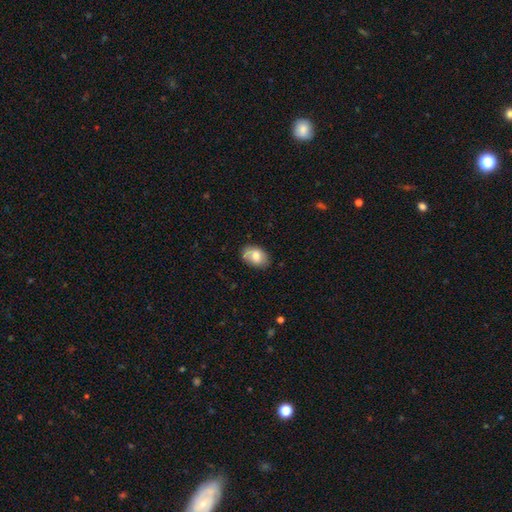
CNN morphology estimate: The model was most divided on "smooth or featured": smooth: 73%, featured or disk: 20%, star or artifact: 7%. More confident: how rounded — in between (85%); merging — none (73%).